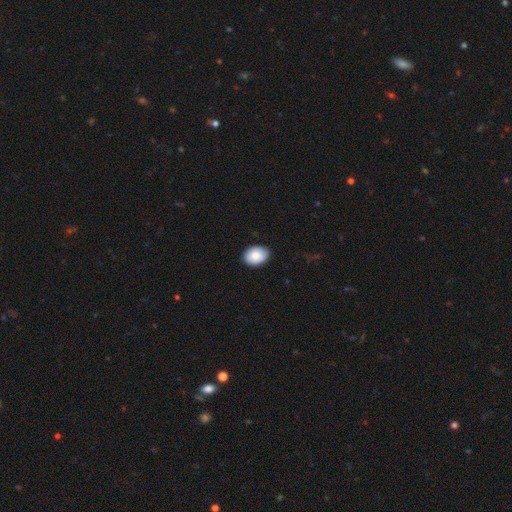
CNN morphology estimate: Smooth or featured? smooth (87%)
How rounded? in between (76%)
Merging? none (87%)